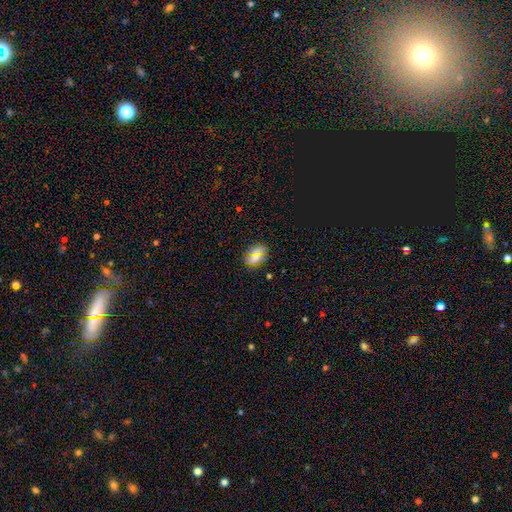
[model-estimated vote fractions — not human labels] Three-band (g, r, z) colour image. It shows a smooth galaxy with no disk features (71%) that is in between round and cigar-shaped (70%). Merging: none (85%).